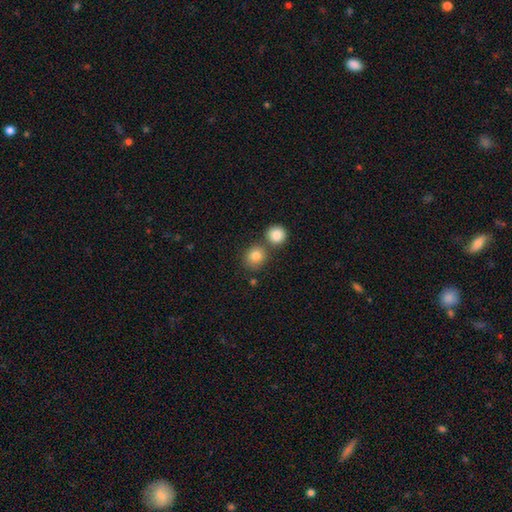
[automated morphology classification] smooth-or-featured: smooth: 82% | star or artifact: 11% | featured or disk: 7%
  how-rounded: round: 85% | in between: 14% | cigar-shaped: 1%
  merging: none: 64% | merger: 24% | minor disturbance: 9% | major disturbance: 3%